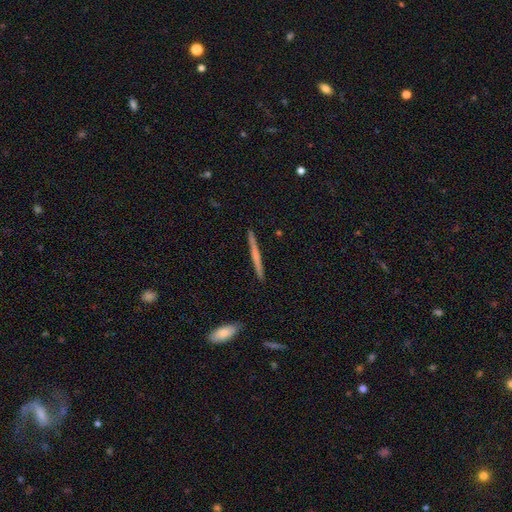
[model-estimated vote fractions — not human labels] Morphology: type=featured or disk (50%); edge-on=yes (98%); merging=none (92%).